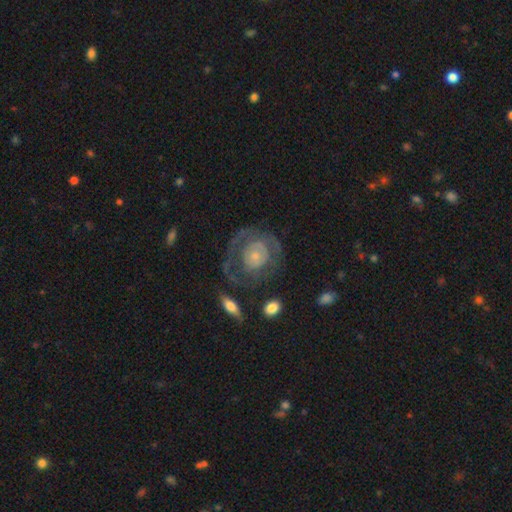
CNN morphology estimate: A featured or disk galaxy (65%) with no bar (85%), no spiral arms (52%) and a small central bulge (61%). Merging: none (53%).